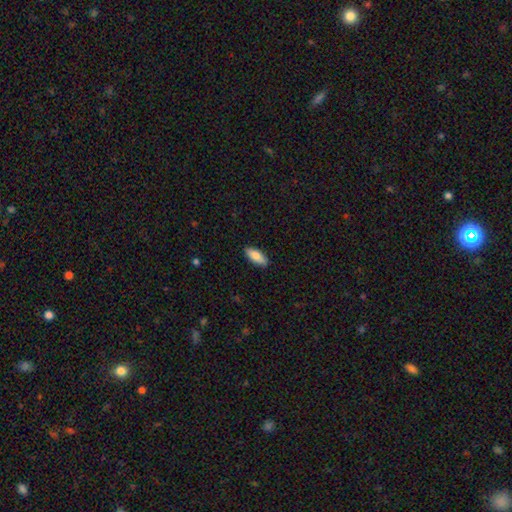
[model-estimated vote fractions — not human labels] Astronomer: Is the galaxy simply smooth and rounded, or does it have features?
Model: smooth — 82%.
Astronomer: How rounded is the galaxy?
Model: in between — 80%.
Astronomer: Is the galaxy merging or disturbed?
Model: none — 88%.